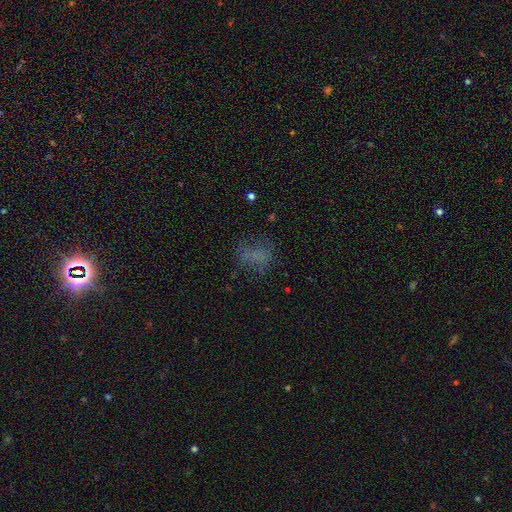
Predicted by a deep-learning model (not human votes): This appears to be a smooth galaxy with no disk features (56%) that is in between round and cigar-shaped (57%). Merging: none (57%).